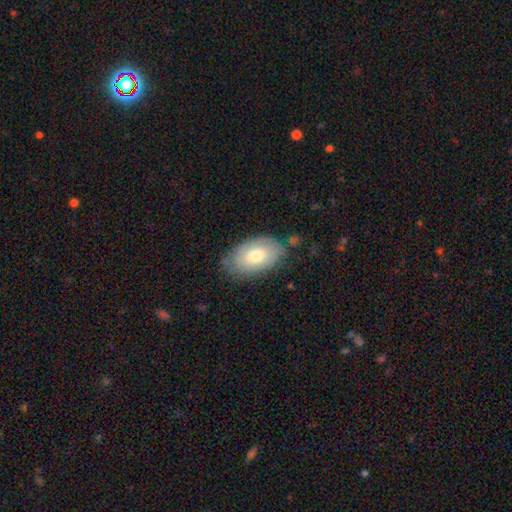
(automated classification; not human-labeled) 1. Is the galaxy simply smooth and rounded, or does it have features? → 69% smooth, 25% featured or disk, 6% star or artifact.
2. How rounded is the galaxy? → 93% in between, 5% round, 2% cigar-shaped.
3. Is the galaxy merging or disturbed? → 73% none, 20% minor disturbance, 4% major disturbance, 3% merger.